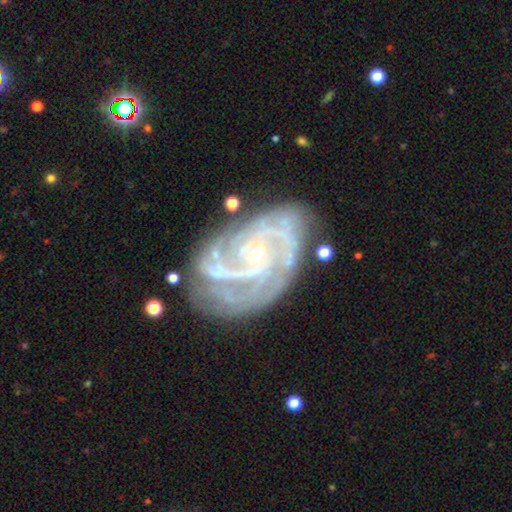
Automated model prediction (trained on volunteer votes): Q: Smooth or featured?
A: featured or disk (90%); runner-up: star or artifact (6%)
Q: Edge-on disk?
A: no (97%); runner-up: yes (3%)
Q: Bar?
A: no (67%); runner-up: weak (24%)
Q: Spiral arms?
A: yes (98%); runner-up: no (2%)
Q: Spiral winding?
A: tight (58%); runner-up: medium (35%)
Q: Spiral arm count?
A: 3 (28%); runner-up: 2 (25%)
Q: Bulge size?
A: small (82%); runner-up: moderate (14%)
Q: Merging?
A: none (67%); runner-up: minor disturbance (20%)